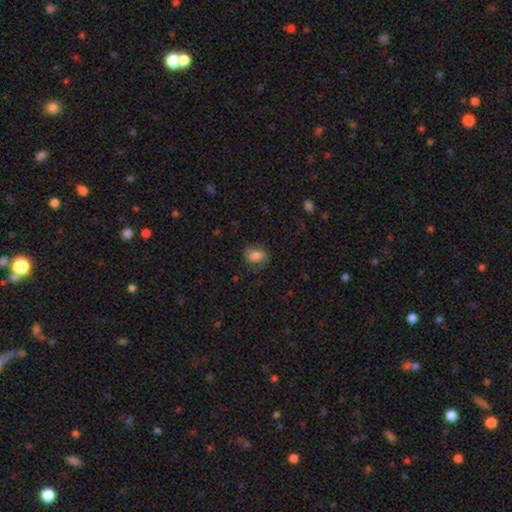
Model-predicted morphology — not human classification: A smooth galaxy with no disk features (63%) that is in between round and cigar-shaped (63%).

Vote fractions:
- Smooth or featured? smooth: 63% / featured or disk: 28% / star or artifact: 9%
- How rounded? in between: 63% / round: 35% / cigar-shaped: 2%
- Merging? none: 67% / minor disturbance: 21% / major disturbance: 10% / merger: 1%